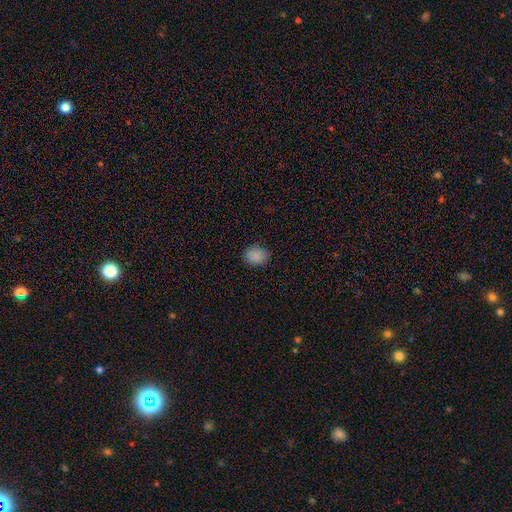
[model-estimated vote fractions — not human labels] This is clearly a smooth galaxy (86%). How rounded: possibly in between (51%). Merging: clearly none (85%).